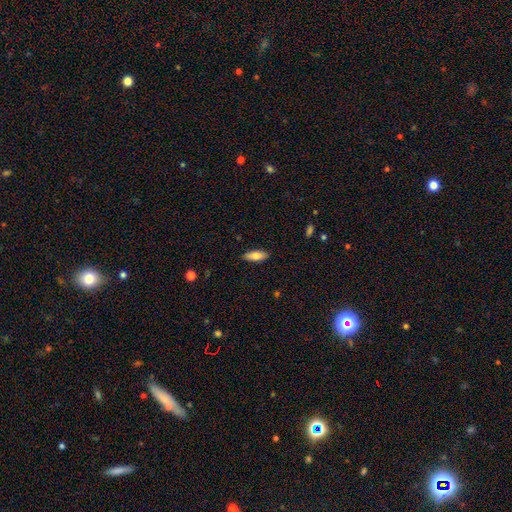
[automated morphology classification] This appears to be a smooth galaxy with no disk features (79%) that is in between round and cigar-shaped (72%). Merging: none (87%).